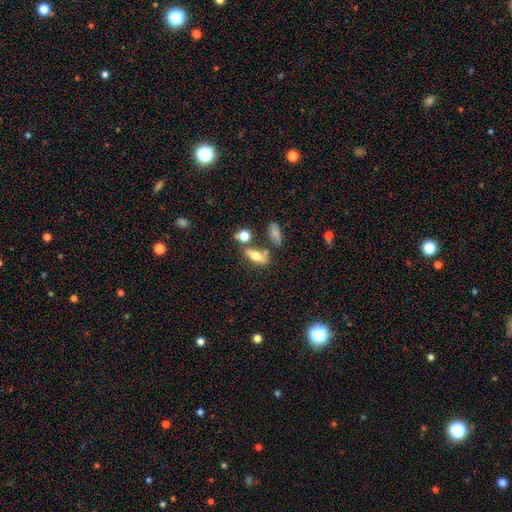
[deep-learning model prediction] This is likely a smooth galaxy (65%). How rounded: likely in between (70%). Merging: possibly none (56%).